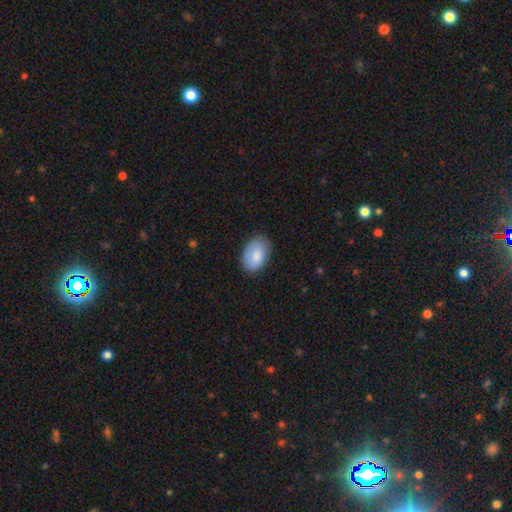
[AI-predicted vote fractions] Smooth or featured? Predicted: smooth (p=0.84). How rounded? Predicted: in between (p=0.90). Merging? Predicted: none (p=0.80).